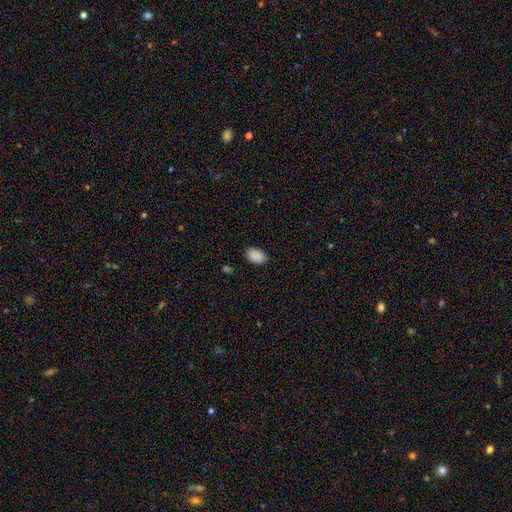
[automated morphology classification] This appears to be a smooth galaxy with no disk features (90%) that is in between round and cigar-shaped (90%). Merging: none (88%).